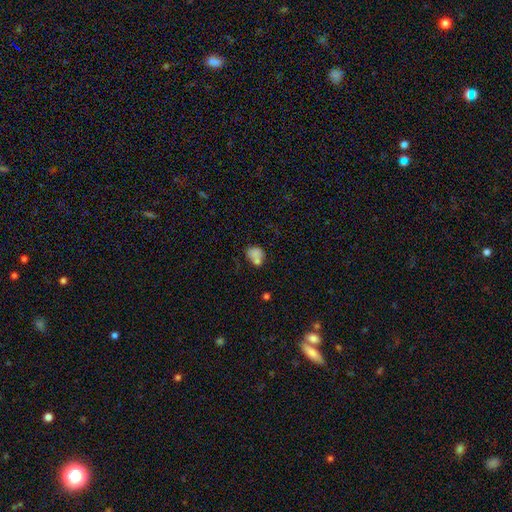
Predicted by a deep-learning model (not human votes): A smooth galaxy with no disk features (75%) that is round (52%).

Vote fractions:
- Smooth or featured? smooth: 75% / featured or disk: 14% / star or artifact: 11%
- How rounded? round: 52% / in between: 47% / cigar-shaped: 1%
- Merging? none: 40% / merger: 33% / minor disturbance: 19% / major disturbance: 9%